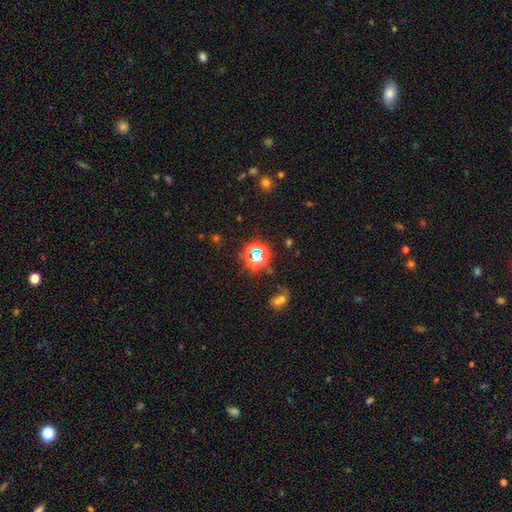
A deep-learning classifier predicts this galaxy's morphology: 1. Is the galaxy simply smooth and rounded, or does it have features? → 68% star or artifact, 22% smooth, 9% featured or disk.